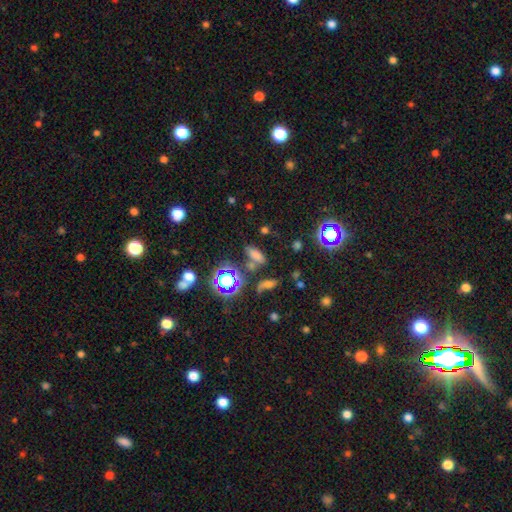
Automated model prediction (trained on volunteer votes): A smooth galaxy with no disk features (64%) that is in between round and cigar-shaped (69%). Merging: none (62%).